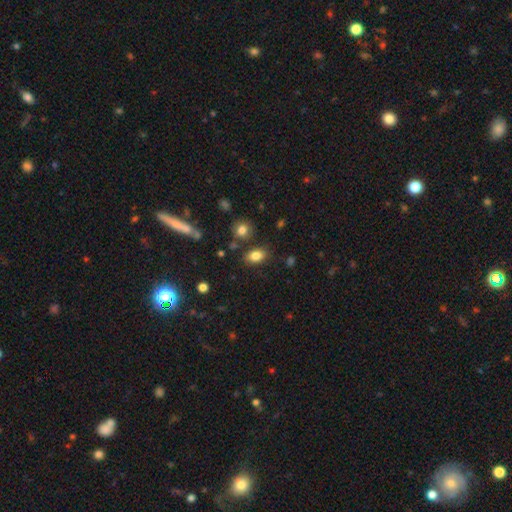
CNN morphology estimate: Smooth or featured? Predicted: smooth (p=0.83). How rounded? Predicted: in between (p=0.84). Merging? Predicted: none (p=0.79).